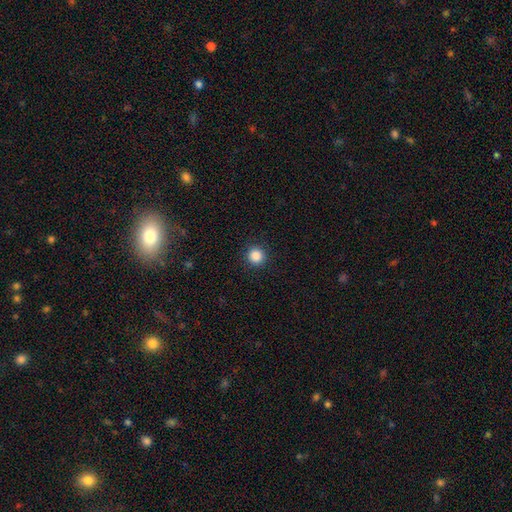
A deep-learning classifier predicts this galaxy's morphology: Smooth or featured? Predicted: smooth (p=0.87). How rounded? Predicted: round (p=0.95). Merging? Predicted: none (p=0.92).